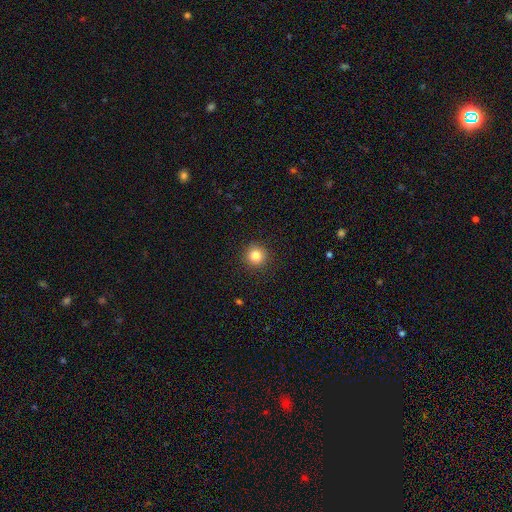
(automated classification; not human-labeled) Smooth or featured: smooth — 83% (star or artifact — 12%)
How rounded: round — 95% (in between — 4%)
Merging: none — 92% (minor disturbance — 5%)